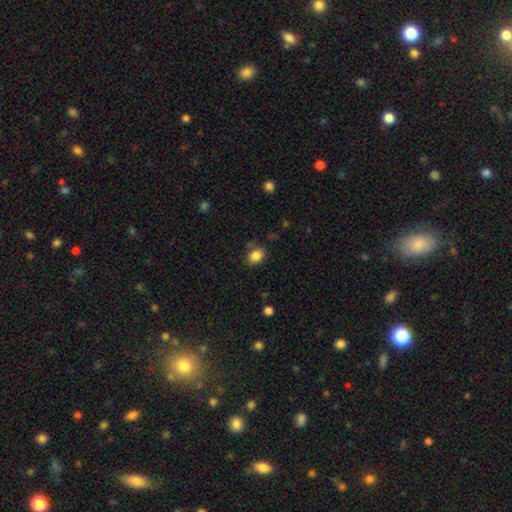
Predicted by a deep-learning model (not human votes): The model was most divided on "how rounded": in between: 63%, round: 36%, cigar-shaped: 1%. More confident: smooth or featured — smooth (85%); merging — none (77%).